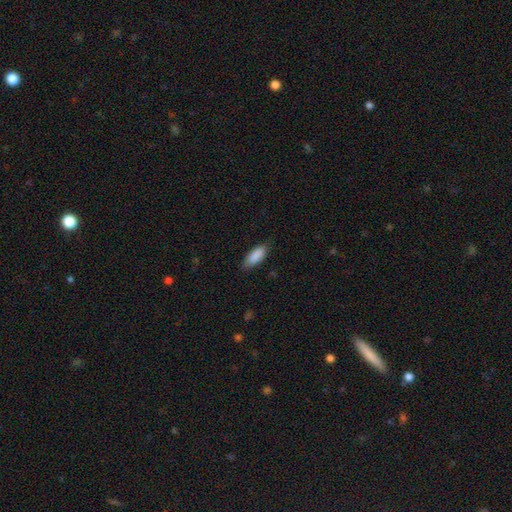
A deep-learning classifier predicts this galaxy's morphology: A smooth galaxy with no disk features (88%) that is in between round and cigar-shaped (75%). Merging: none (80%).